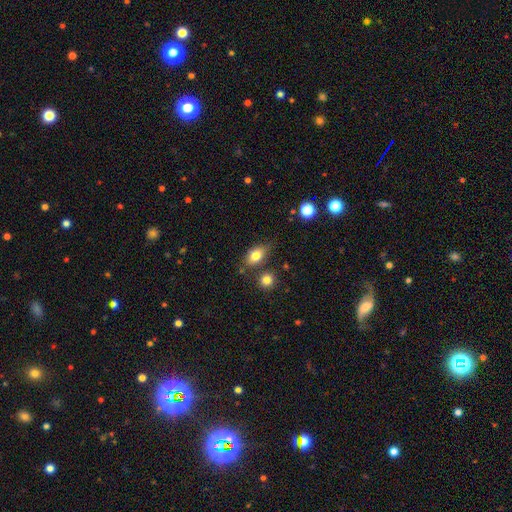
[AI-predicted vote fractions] smooth 80%, featured or disk 11%, star or artifact 9%. Down the decision tree: how rounded — in between (82%); merging — none (68%).